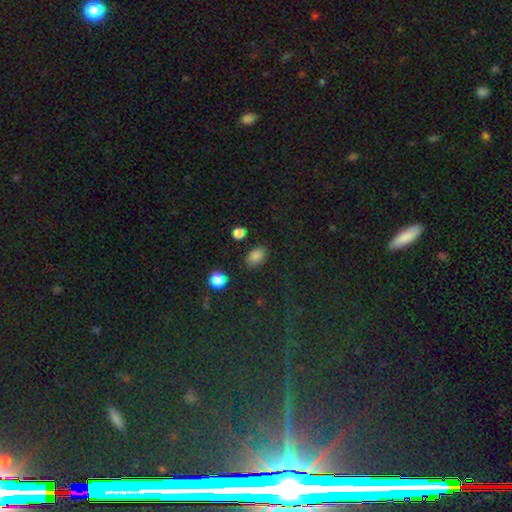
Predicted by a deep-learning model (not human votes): The model was most divided on "smooth or featured": smooth: 84%, star or artifact: 12%, featured or disk: 4%. More confident: how rounded — in between (86%); merging — none (84%).